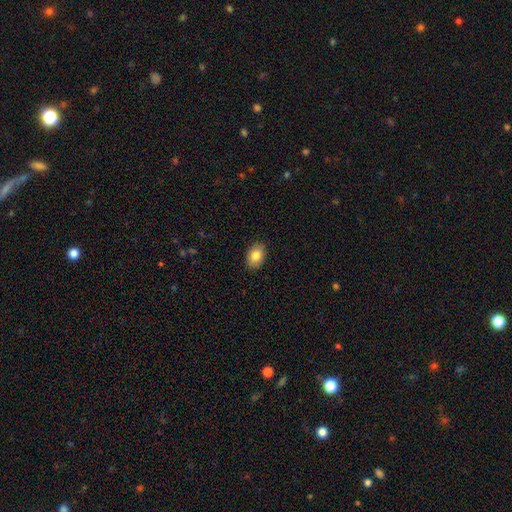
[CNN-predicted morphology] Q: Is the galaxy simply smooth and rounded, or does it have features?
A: smooth — 82%.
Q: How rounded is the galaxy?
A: in between — 80%.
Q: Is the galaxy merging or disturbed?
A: none — 89%.